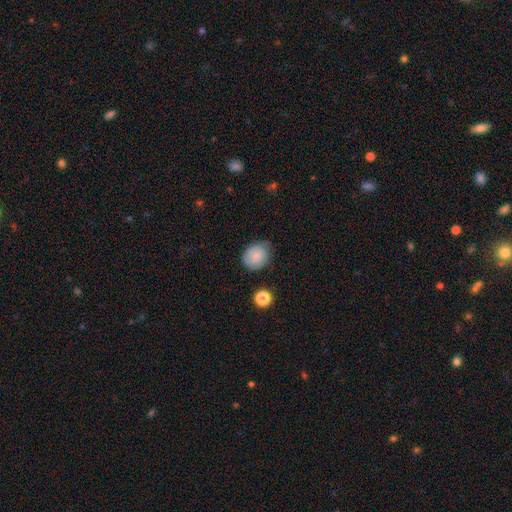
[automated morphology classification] Smooth or featured?
  - smooth: 81% *
  - featured or disk: 10%
  - star or artifact: 9%
How rounded?
  - round: 68% *
  - in between: 31%
  - cigar-shaped: 1%
Merging?
  - none: 68% *
  - minor disturbance: 25%
  - major disturbance: 5%
  - merger: 2%